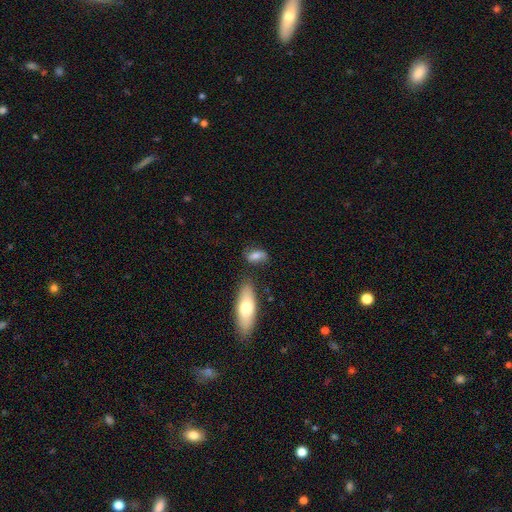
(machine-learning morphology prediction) smooth_or_featured: smooth (p=0.71) [alt: featured or disk p=0.20]
how_rounded: in between (p=0.79) [alt: cigar-shaped p=0.14]
merging: none (p=0.64) [alt: minor disturbance p=0.21]